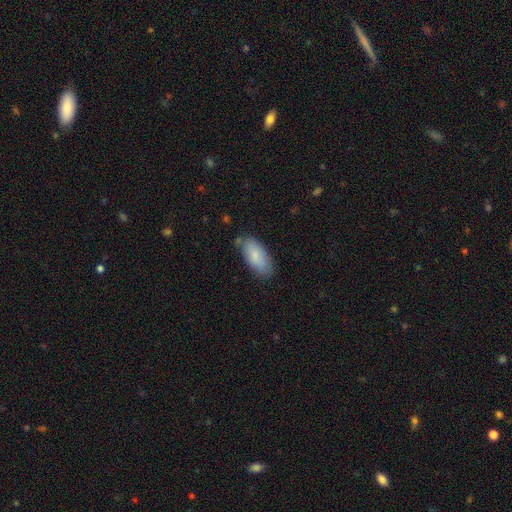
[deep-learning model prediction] smooth 81%, featured or disk 13%, star or artifact 6%. Down the decision tree: how rounded — in between (89%); merging — none (74%).